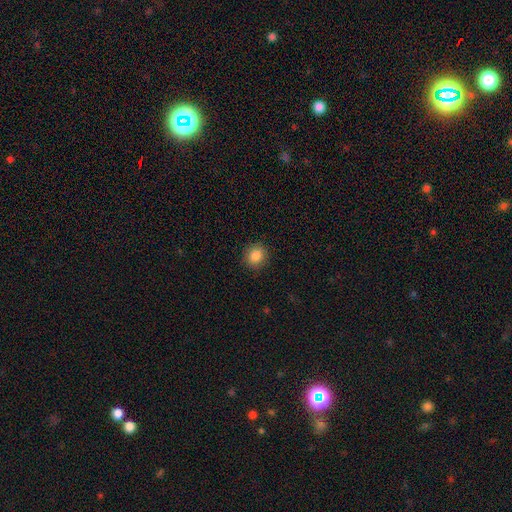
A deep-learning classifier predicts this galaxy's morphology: The model was most divided on "how rounded": round: 81%, in between: 18%, cigar-shaped: 1%. More confident: merging — none (90%); smooth or featured — smooth (85%).